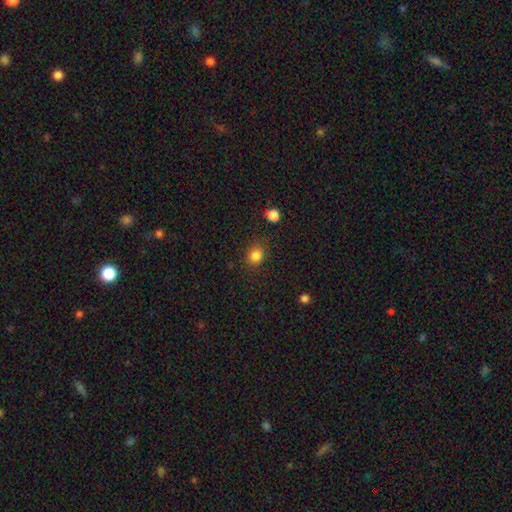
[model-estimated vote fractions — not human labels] A smooth galaxy with no disk features (84%) that is round (75%).

Vote fractions:
- Smooth or featured? smooth: 84% / star or artifact: 12% / featured or disk: 4%
- How rounded? round: 75% / in between: 24% / cigar-shaped: 1%
- Merging? none: 80% / minor disturbance: 14% / major disturbance: 4% / merger: 2%